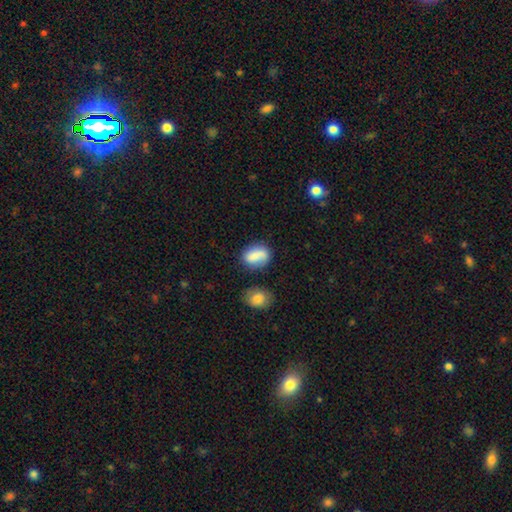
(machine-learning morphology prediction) A smooth galaxy with no disk features (77%) that is in between round and cigar-shaped (74%).

Vote fractions:
- Smooth or featured? smooth: 77% / featured or disk: 15% / star or artifact: 8%
- How rounded? in between: 74% / round: 22% / cigar-shaped: 4%
- Merging? none: 67% / minor disturbance: 20% / merger: 7% / major disturbance: 6%